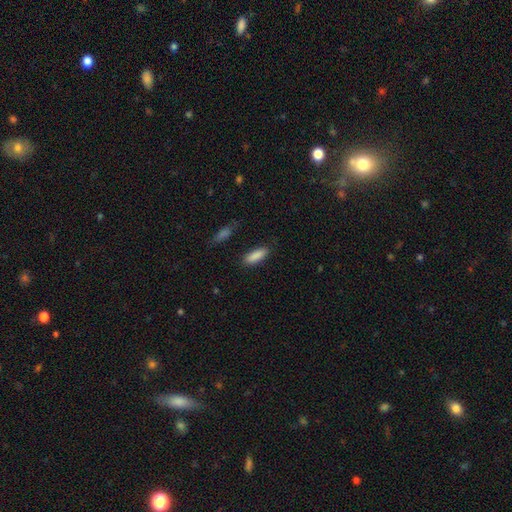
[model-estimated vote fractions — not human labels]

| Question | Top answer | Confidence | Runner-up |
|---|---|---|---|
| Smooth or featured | smooth | 89% | star or artifact (6%) |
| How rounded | in between | 62% | cigar-shaped (36%) |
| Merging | none | 86% | minor disturbance (10%) |